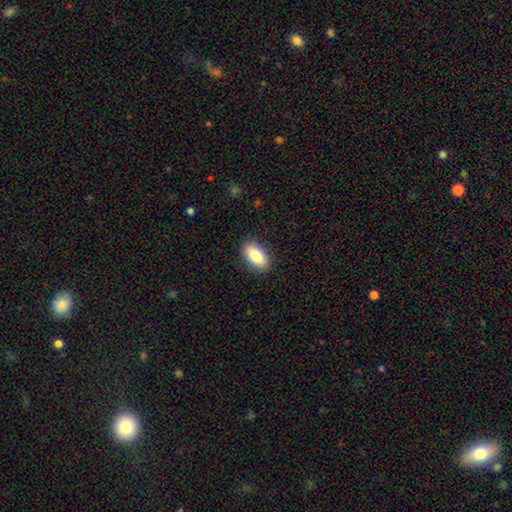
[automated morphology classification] This appears to be a smooth galaxy with no disk features (82%) that is in between round and cigar-shaped (90%). Merging: none (88%).